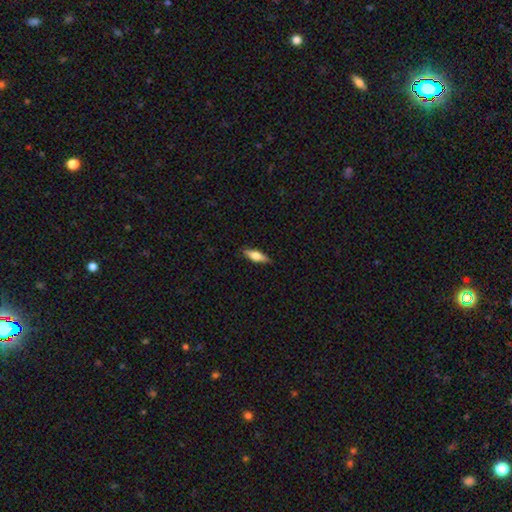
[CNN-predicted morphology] Smooth or featured?
  - smooth: 67% *
  - featured or disk: 27%
  - star or artifact: 6%
How rounded?
  - in between: 54% *
  - cigar-shaped: 43%
  - round: 3%
Merging?
  - none: 87% *
  - minor disturbance: 10%
  - major disturbance: 2%
  - merger: 1%